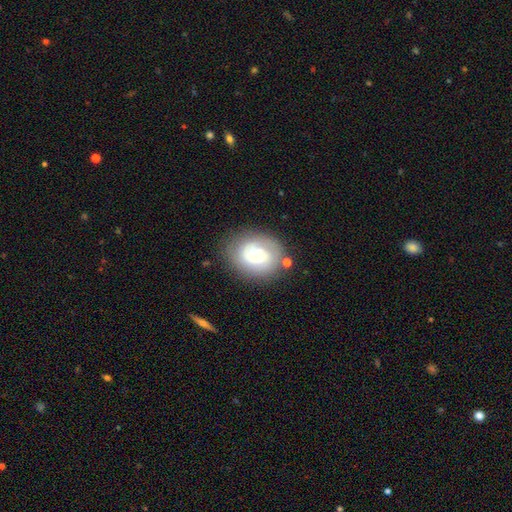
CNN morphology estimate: This appears to be a featured or disk galaxy (51%). Merging: none (71%).